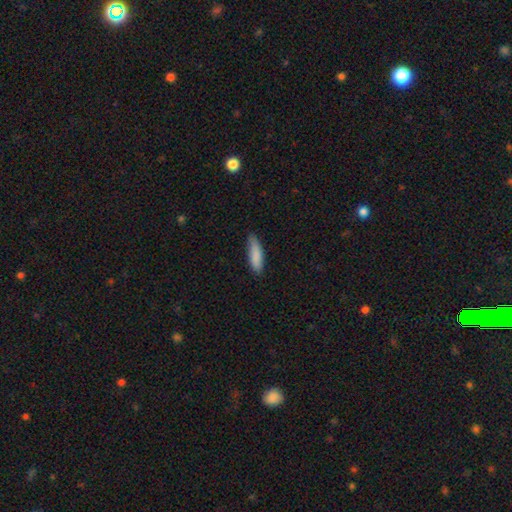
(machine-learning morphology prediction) Smooth or featured: smooth — 86% (featured or disk — 8%)
How rounded: cigar-shaped — 60% (in between — 39%)
Merging: none — 75% (minor disturbance — 21%)